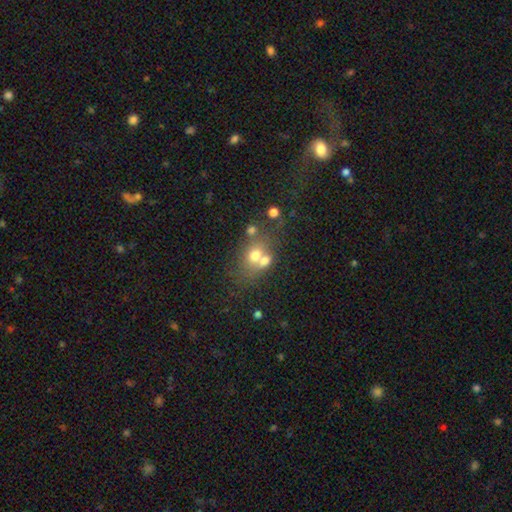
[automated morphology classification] Smooth or featured?
  - smooth: 65% *
  - featured or disk: 21%
  - star or artifact: 14%
How rounded?
  - round: 50% *
  - in between: 49%
  - cigar-shaped: 1%
Merging?
  - merger: 48% *
  - none: 35%
  - minor disturbance: 10%
  - major disturbance: 6%